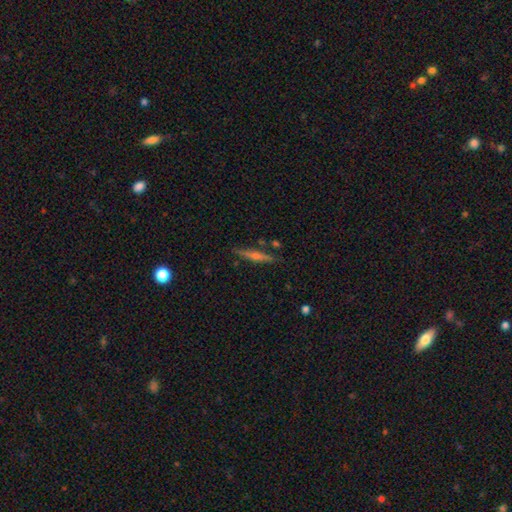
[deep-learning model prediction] Overall: featured or disk (58%; smooth 33%). Edge-on disk: yes (96%). Edge-on bulge: rounded (64%; none 26%). Merging: none (85%).